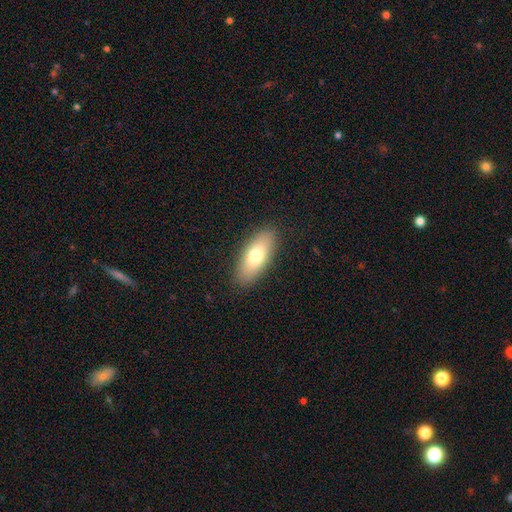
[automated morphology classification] The model was most divided on "smooth or featured": smooth: 73%, featured or disk: 20%, star or artifact: 7%. More confident: merging — none (88%); how rounded — in between (78%).